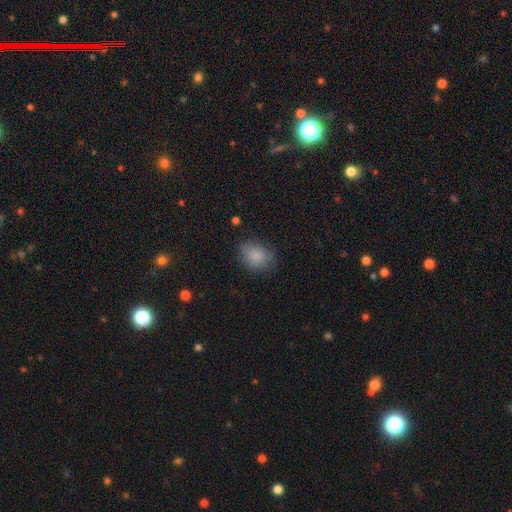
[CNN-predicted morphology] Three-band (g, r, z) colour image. It shows a smooth galaxy with no disk features (84%) that is in between round and cigar-shaped (56%). Merging: none (70%).